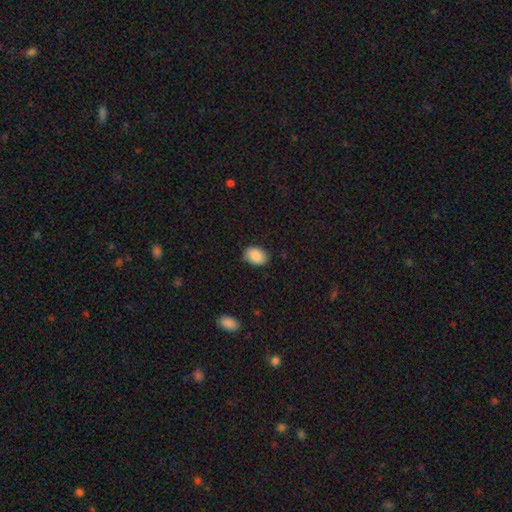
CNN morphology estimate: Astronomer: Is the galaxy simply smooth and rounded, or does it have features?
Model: smooth — 88%.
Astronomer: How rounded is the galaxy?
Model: in between — 75%.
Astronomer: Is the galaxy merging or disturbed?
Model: none — 83%.